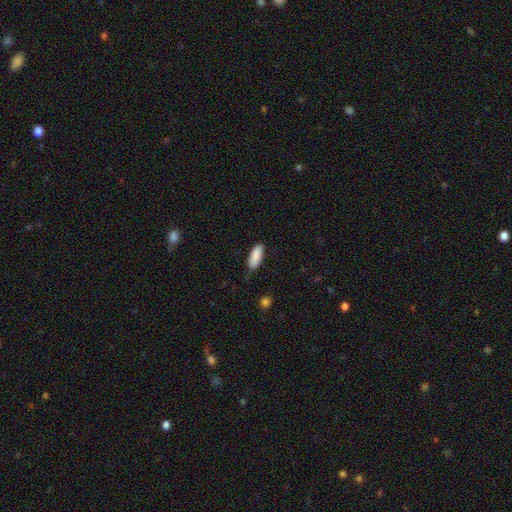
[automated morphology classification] smooth_or_featured: smooth (p=0.89) [alt: star or artifact p=0.06]
how_rounded: in between (p=0.70) [alt: cigar-shaped p=0.29]
merging: none (p=0.71) [alt: minor disturbance p=0.23]